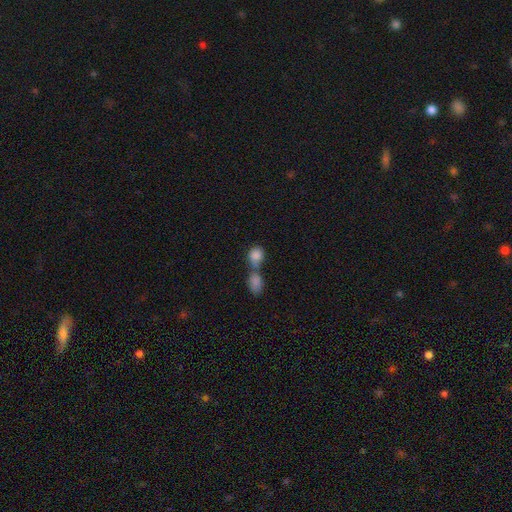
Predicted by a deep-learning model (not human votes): Smooth or featured?
  - smooth: 85% *
  - star or artifact: 8%
  - featured or disk: 8%
How rounded?
  - round: 54% *
  - in between: 44%
  - cigar-shaped: 3%
Merging?
  - merger: 65% *
  - none: 25%
  - minor disturbance: 6%
  - major disturbance: 4%